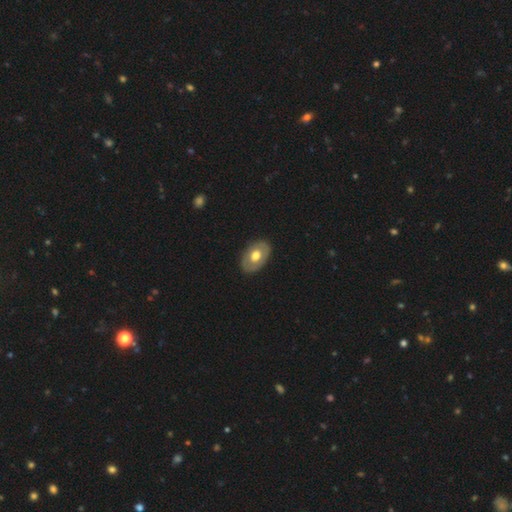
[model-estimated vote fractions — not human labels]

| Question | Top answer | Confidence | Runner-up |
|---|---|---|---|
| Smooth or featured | smooth | 51% | featured or disk (44%) |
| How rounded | in between | 83% | round (16%) |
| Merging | none | 85% | minor disturbance (12%) |